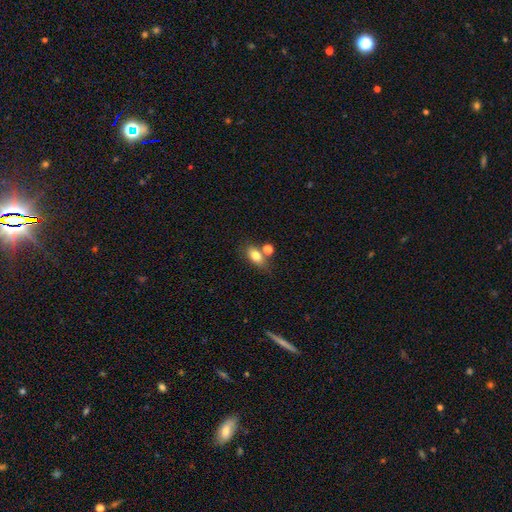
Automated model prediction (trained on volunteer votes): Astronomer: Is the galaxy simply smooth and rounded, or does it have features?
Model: smooth — 78%.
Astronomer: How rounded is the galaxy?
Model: in between — 81%.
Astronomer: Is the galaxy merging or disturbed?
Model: none — 58%.